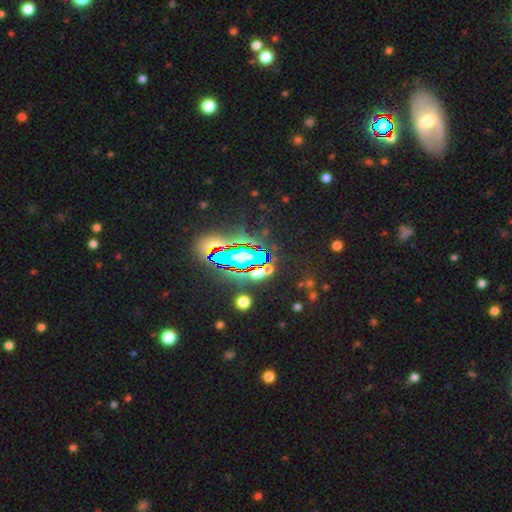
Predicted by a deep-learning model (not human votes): This appears to be a star or artifact, not a galaxy (76%).